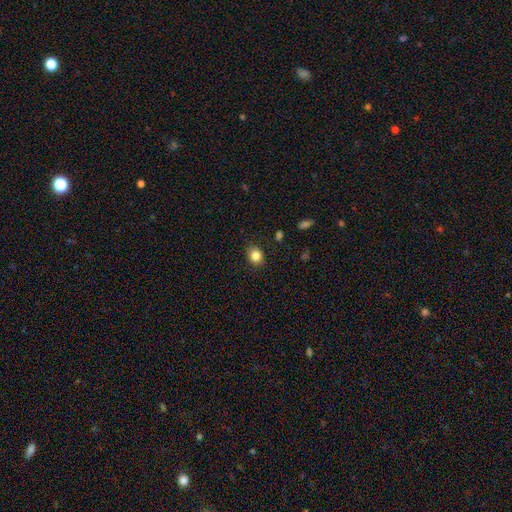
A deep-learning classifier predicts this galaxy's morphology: Smooth or featured? Predicted: smooth (p=0.84). How rounded? Predicted: round (p=0.66). Merging? Predicted: none (p=0.87).